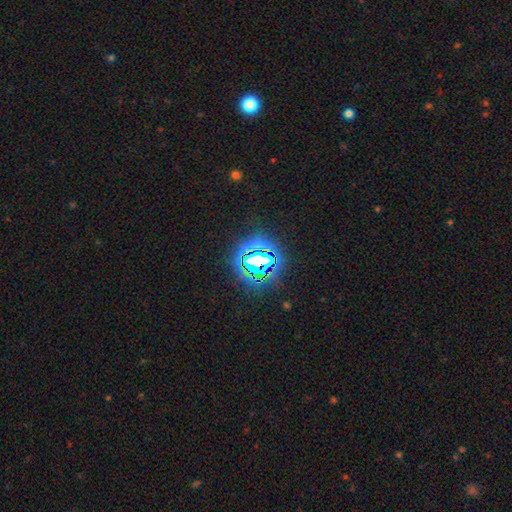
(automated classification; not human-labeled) The model was most divided on "smooth or featured": star or artifact: 76%, smooth: 14%, featured or disk: 11%.